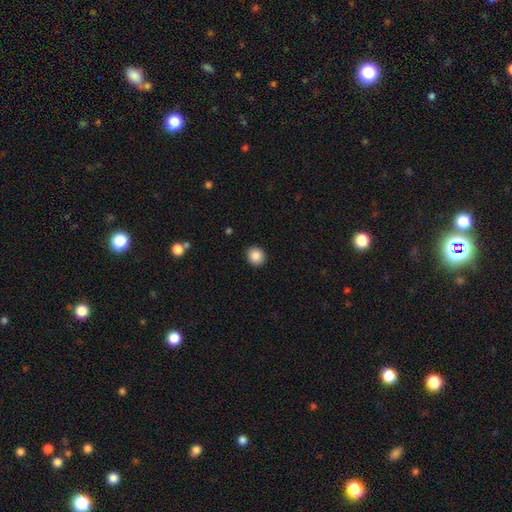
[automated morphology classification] Smooth or featured? smooth (87%)
How rounded? round (81%)
Merging? none (91%)